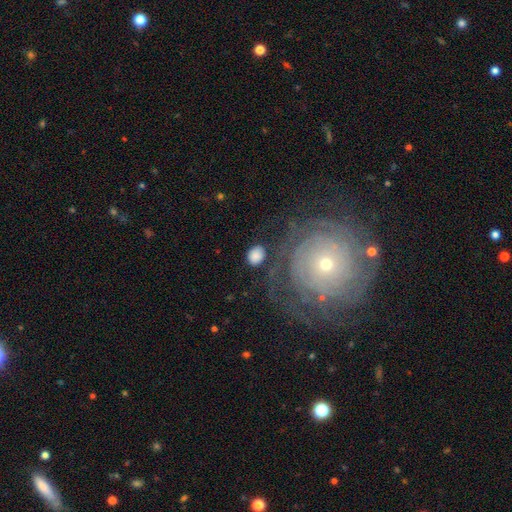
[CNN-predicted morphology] type=smooth (76%); roundness=in between (50%); merging=none (73%).